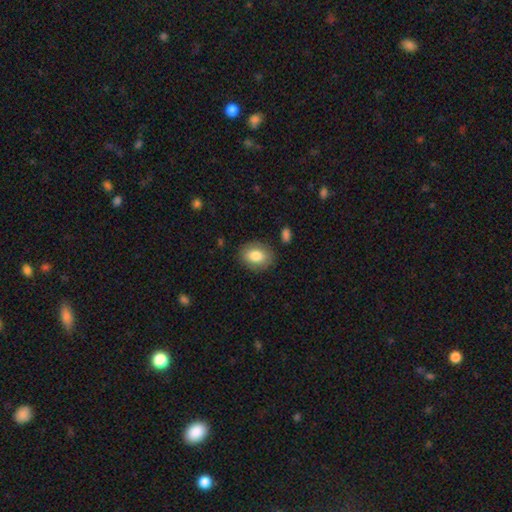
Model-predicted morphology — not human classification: Smooth or featured: smooth — 81% (featured or disk — 11%)
How rounded: in between — 71% (round — 28%)
Merging: none — 85% (minor disturbance — 11%)